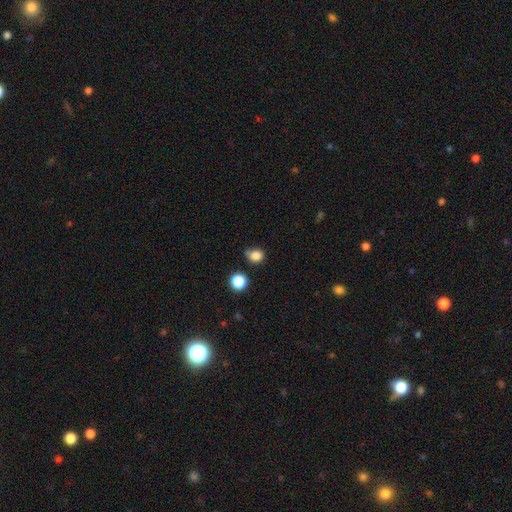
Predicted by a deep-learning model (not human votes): This is clearly a smooth galaxy (81%). How rounded: likely round (69%). Merging: likely none (62%).